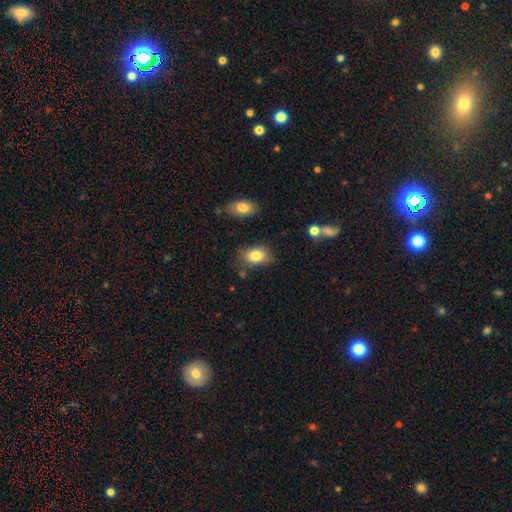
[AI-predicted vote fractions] smooth 83%, featured or disk 9%, star or artifact 8%. Down the decision tree: how rounded — in between (84%); merging — none (74%).